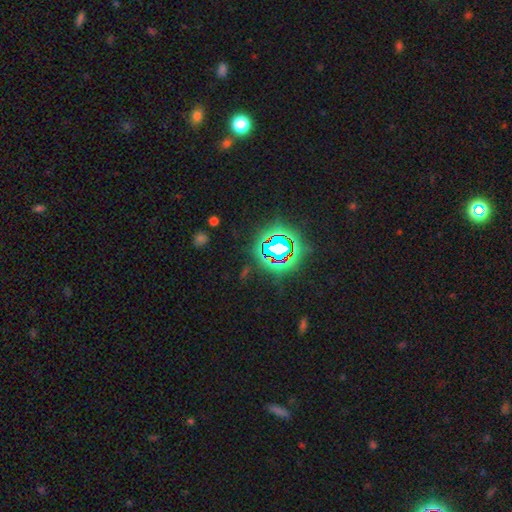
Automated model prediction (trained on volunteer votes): A star or artifact, not a galaxy (78%).